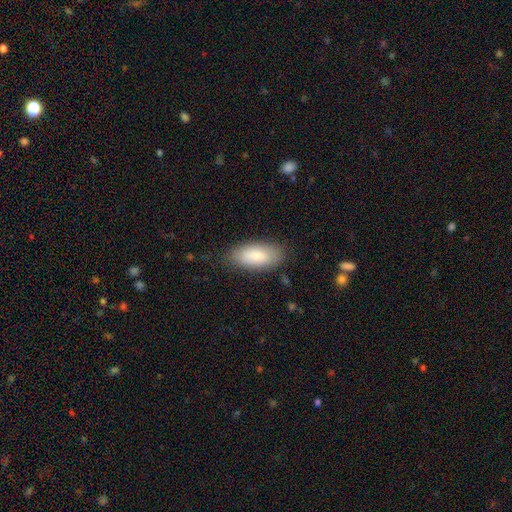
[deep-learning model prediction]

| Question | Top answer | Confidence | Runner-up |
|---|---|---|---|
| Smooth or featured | smooth | 83% | featured or disk (11%) |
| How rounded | in between | 90% | cigar-shaped (7%) |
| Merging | none | 82% | minor disturbance (14%) |